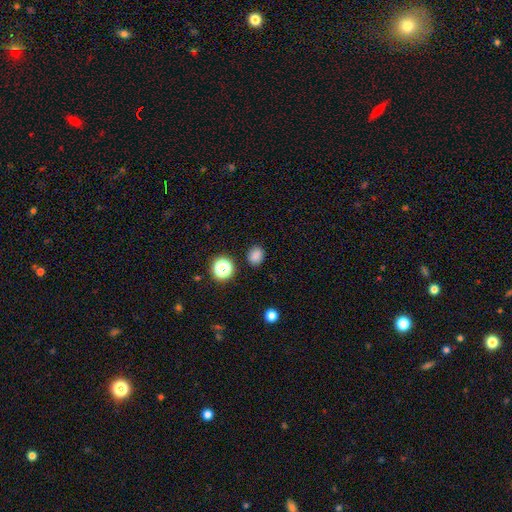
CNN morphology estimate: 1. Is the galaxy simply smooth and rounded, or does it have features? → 81% smooth, 15% star or artifact, 4% featured or disk.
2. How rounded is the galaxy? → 61% round, 38% in between, 1% cigar-shaped.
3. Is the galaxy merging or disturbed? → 86% none, 9% minor disturbance, 3% major disturbance, 2% merger.